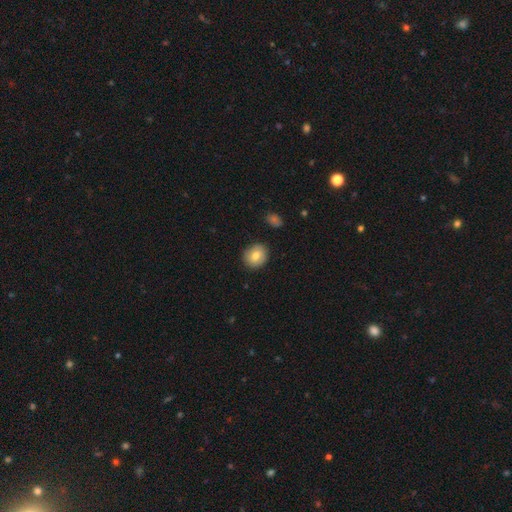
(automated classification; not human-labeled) A smooth galaxy with no disk features (77%) that is round (83%). Merging: none (86%).